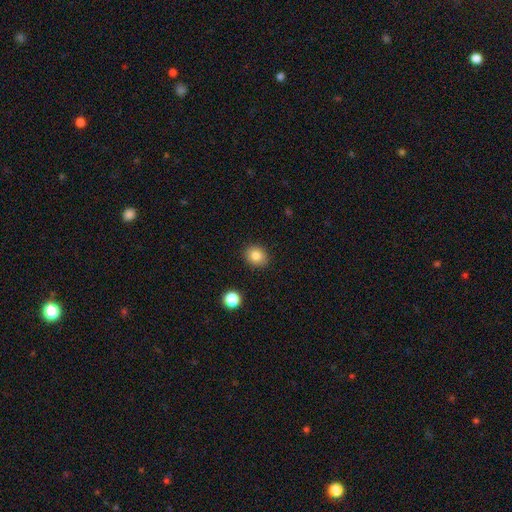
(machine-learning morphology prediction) smooth 83%, star or artifact 10%, featured or disk 7%. Down the decision tree: how rounded — round (65%); merging — none (89%).